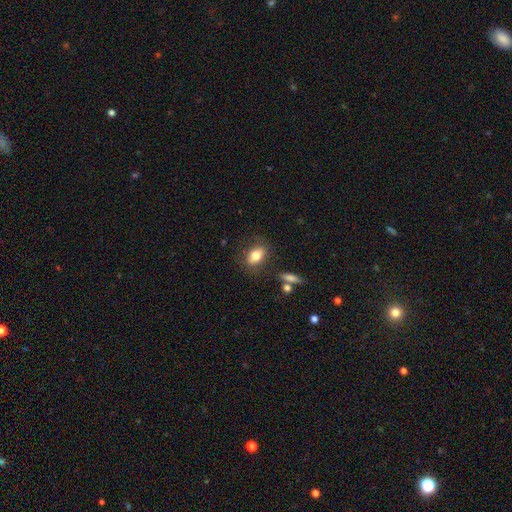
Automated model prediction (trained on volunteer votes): The model was most divided on "merging": none: 78%, minor disturbance: 14%, major disturbance: 5%, merger: 4%. More confident: how rounded — in between (82%); smooth or featured — smooth (80%).